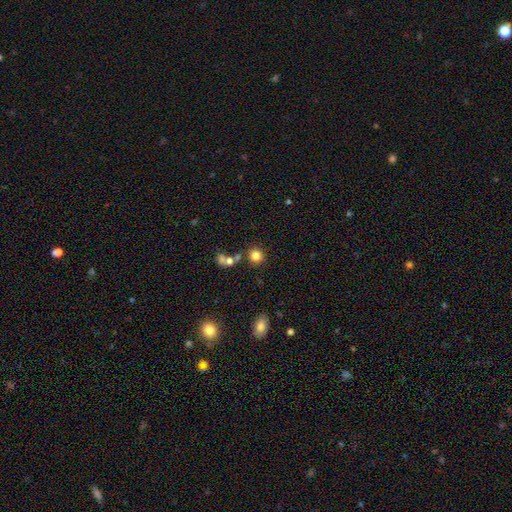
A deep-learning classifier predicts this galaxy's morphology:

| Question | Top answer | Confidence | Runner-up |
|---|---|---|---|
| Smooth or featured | smooth | 81% | star or artifact (12%) |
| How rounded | round | 89% | in between (10%) |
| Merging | none | 78% | merger (10%) |